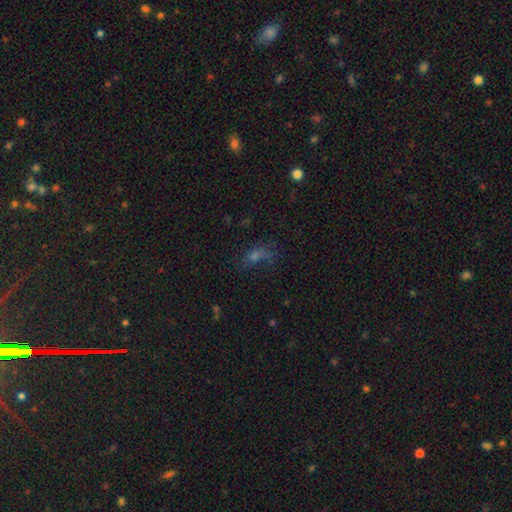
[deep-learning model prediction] Q: Smooth or featured?
A: smooth (44%); runner-up: star or artifact (34%)
Q: Merging?
A: none (47%); runner-up: major disturbance (26%)